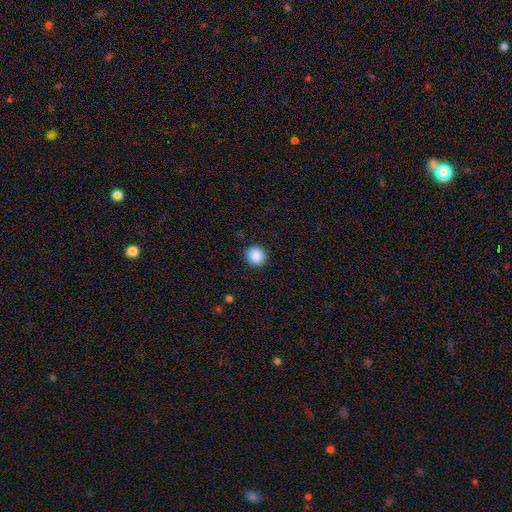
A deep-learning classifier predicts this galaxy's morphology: type=smooth (88%); roundness=round (92%); merging=none (92%).